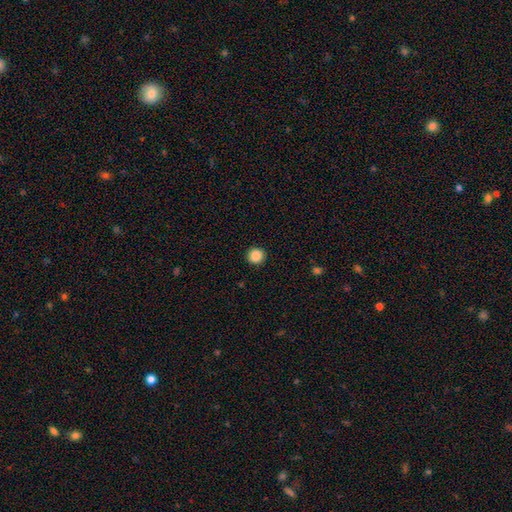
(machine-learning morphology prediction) Overall: smooth (88%). How rounded: round (95%). Merging: none (93%).